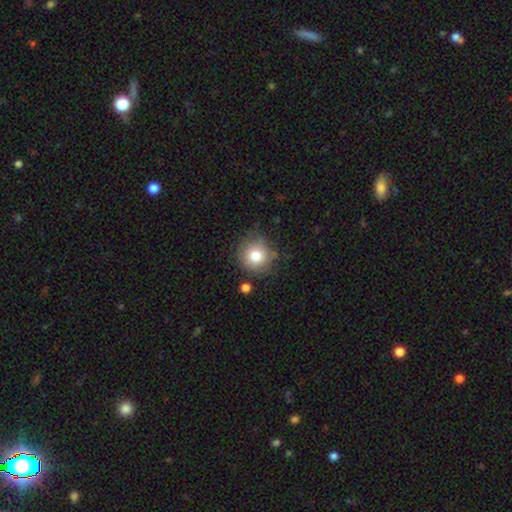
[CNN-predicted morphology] Smooth or featured? Predicted: smooth (p=0.79). How rounded? Predicted: round (p=0.92). Merging? Predicted: none (p=0.79).